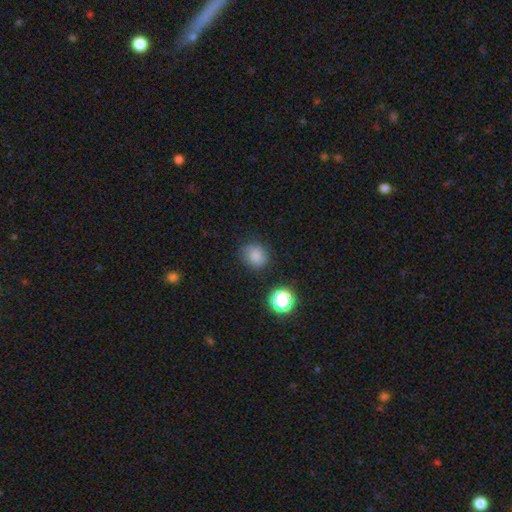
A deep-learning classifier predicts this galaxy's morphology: Overall: smooth (80%). How rounded: round (75%). Merging: none (79%).